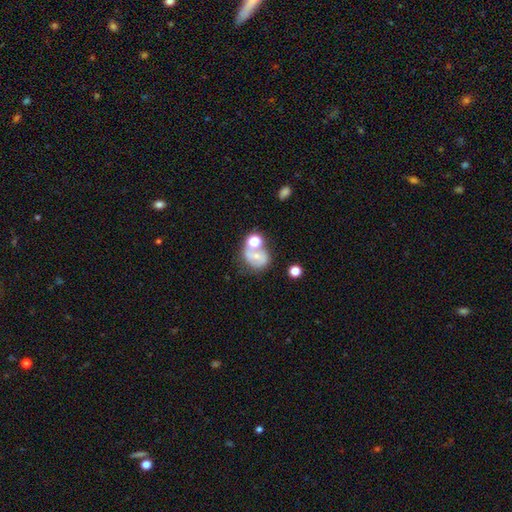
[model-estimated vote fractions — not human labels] The model was most divided on "smooth or featured": featured or disk: 45%, smooth: 42%, star or artifact: 13%. Remaining: merging — none (40%).